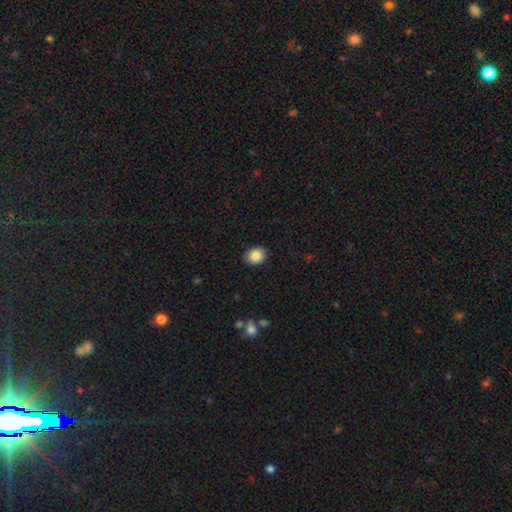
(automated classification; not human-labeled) This is clearly a smooth galaxy (86%). How rounded: possibly in between (54%). Merging: clearly none (89%).